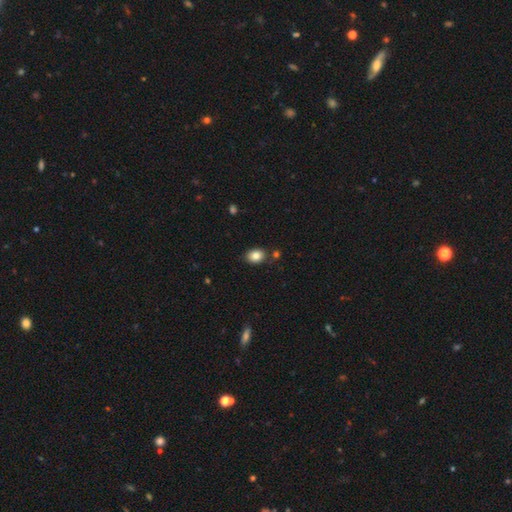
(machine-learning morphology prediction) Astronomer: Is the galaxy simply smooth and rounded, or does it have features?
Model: smooth — 84%.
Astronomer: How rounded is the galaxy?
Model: in between — 68%.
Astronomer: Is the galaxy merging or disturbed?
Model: none — 80%.